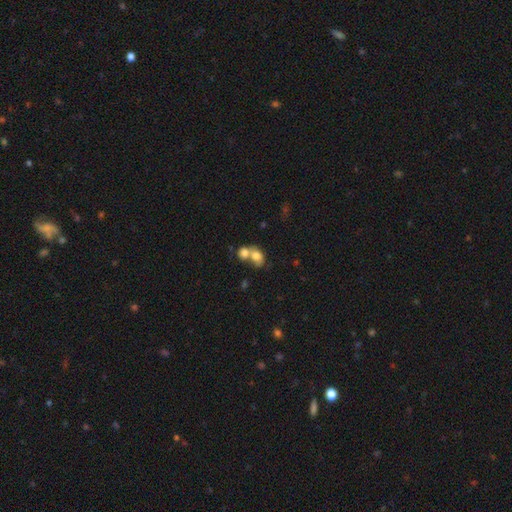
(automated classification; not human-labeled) smooth-or-featured: smooth: 76% | featured or disk: 15% | star or artifact: 9%
  how-rounded: in between: 54% | round: 44% | cigar-shaped: 1%
  merging: merger: 67% | none: 22% | minor disturbance: 7% | major disturbance: 4%